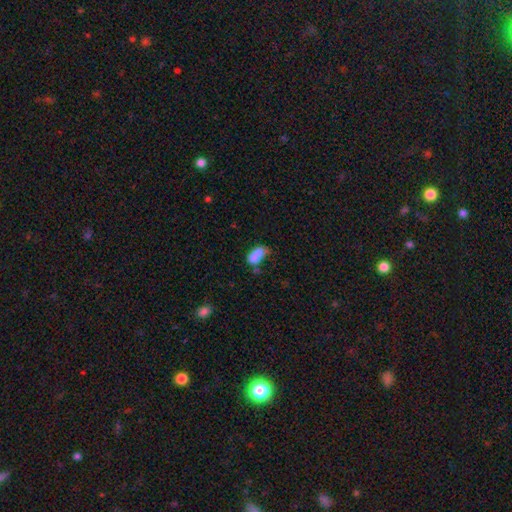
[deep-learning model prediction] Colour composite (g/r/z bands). It shows a smooth galaxy with no disk features (80%) that is in between round and cigar-shaped (87%). Merging: minor disturbance (33%).